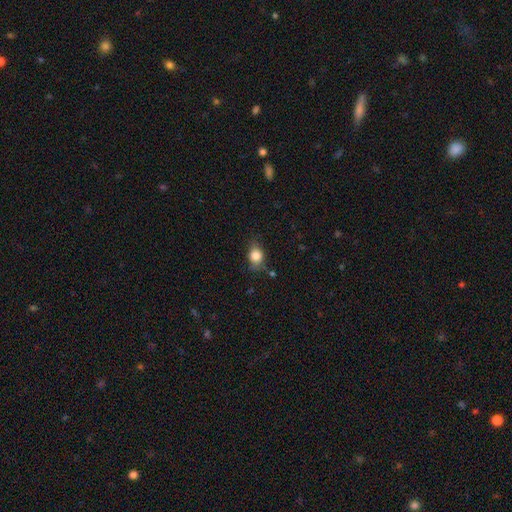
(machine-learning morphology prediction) Smooth or featured: smooth — 81% (featured or disk — 10%)
How rounded: in between — 52% (round — 46%)
Merging: none — 64% (minor disturbance — 26%)